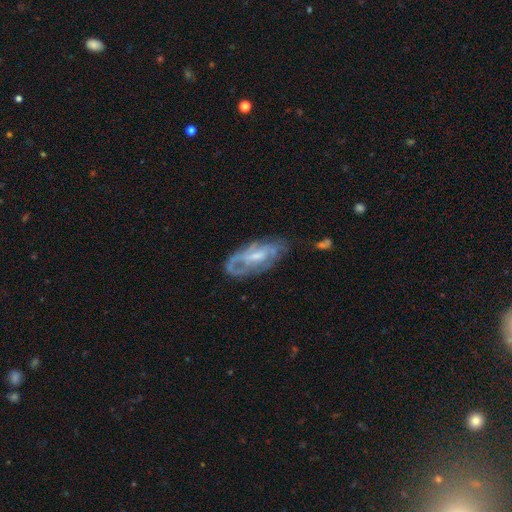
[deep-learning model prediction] Smooth or featured? Predicted: featured or disk (p=0.71). Edge-on disk? Predicted: no (p=0.89). Bar? Predicted: weak (p=0.44). Spiral arms? Predicted: yes (p=0.76). Bulge size? Predicted: small (p=0.45). Merging? Predicted: none (p=0.57).